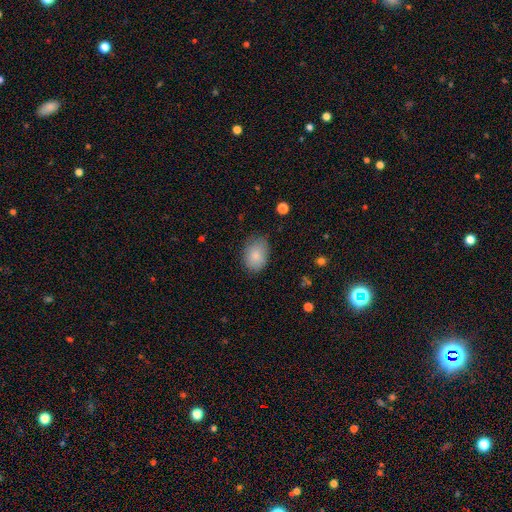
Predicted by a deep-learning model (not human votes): Q: Smooth or featured?
A: smooth (85%); runner-up: featured or disk (8%)
Q: How rounded?
A: in between (74%); runner-up: round (24%)
Q: Merging?
A: none (73%); runner-up: minor disturbance (21%)